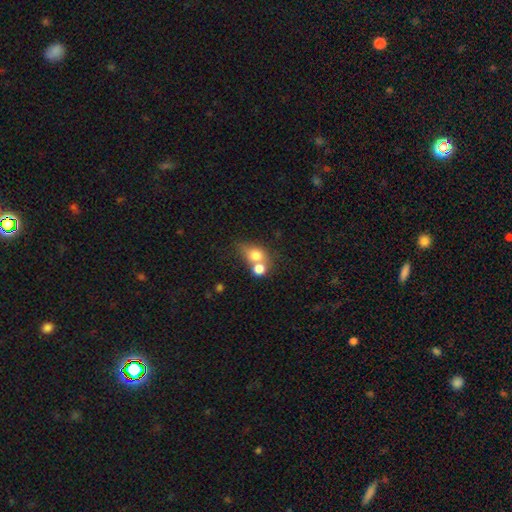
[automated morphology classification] smooth_or_featured: smooth (p=0.74) [alt: featured or disk p=0.15]
how_rounded: in between (p=0.53) [alt: round p=0.45]
merging: merger (p=0.51) [alt: none p=0.32]